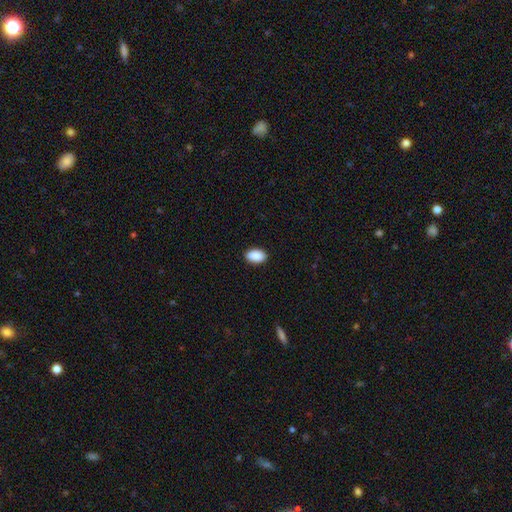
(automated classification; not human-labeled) Smooth or featured: smooth — 91% (star or artifact — 6%)
How rounded: in between — 92% (round — 7%)
Merging: none — 90% (minor disturbance — 8%)